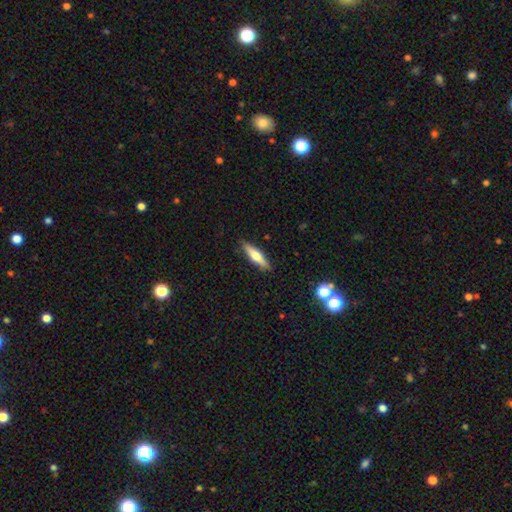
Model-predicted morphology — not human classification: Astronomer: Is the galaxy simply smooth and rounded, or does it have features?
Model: smooth — 56% (runner-up: featured or disk, 38%).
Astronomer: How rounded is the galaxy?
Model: cigar-shaped — 77%.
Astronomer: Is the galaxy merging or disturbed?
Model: none — 89%.